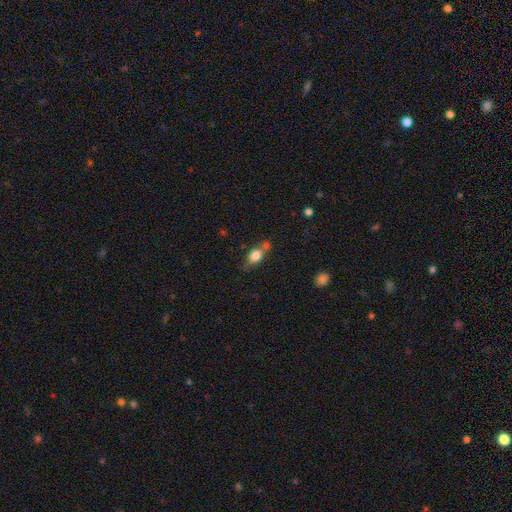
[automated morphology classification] This is likely a smooth galaxy (76%). How rounded: likely in between (69%). Merging: possibly none (52%).